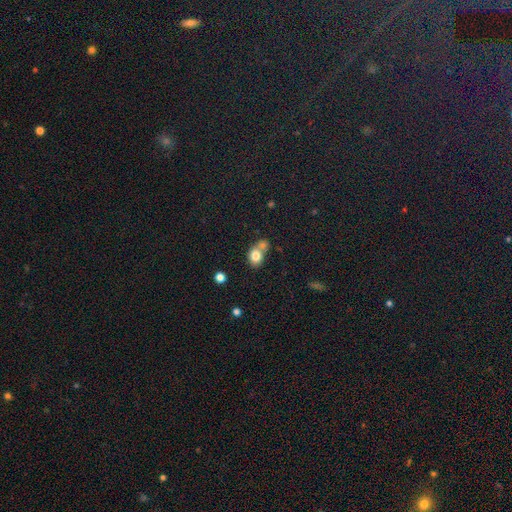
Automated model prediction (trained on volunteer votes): Morphology: type=smooth (79%); roundness=in between (53%); merging=merger (54%).